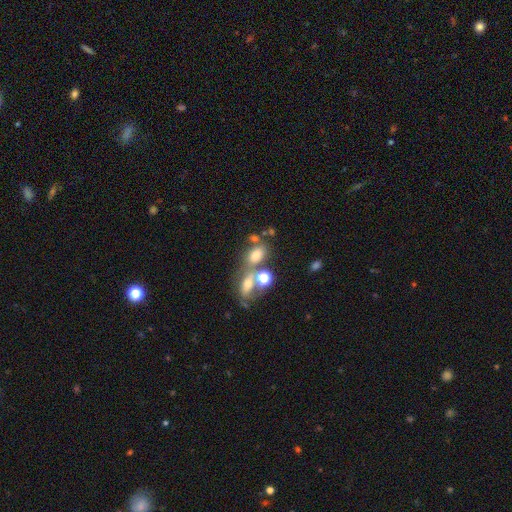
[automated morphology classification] Smooth or featured: smooth — 65% (star or artifact — 18%)
How rounded: in between — 71% (round — 26%)
Merging: merger — 40% (tied with none — 40%)